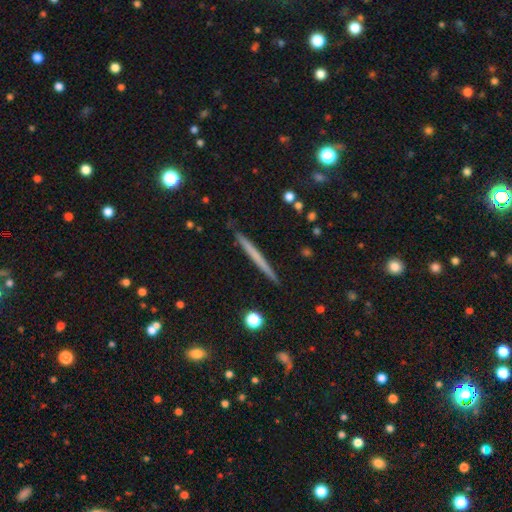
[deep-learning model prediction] A smooth galaxy with no disk features (51%) that is cigar-shaped (97%).

Vote fractions:
- Smooth or featured? smooth: 51% / featured or disk: 43% / star or artifact: 6%
- How rounded? cigar-shaped: 97% / in between: 2% / round: 2%
- Merging? none: 92% / minor disturbance: 6% / major disturbance: 1% / merger: 1%